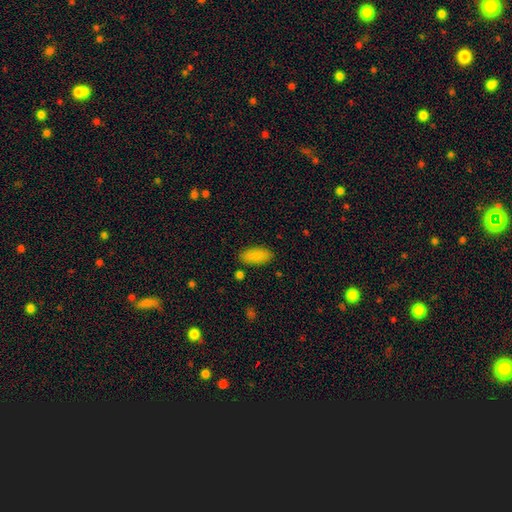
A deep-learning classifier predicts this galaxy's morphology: Smooth or featured?
  - smooth: 88% *
  - star or artifact: 7%
  - featured or disk: 4%
How rounded?
  - in between: 91% *
  - cigar-shaped: 7%
  - round: 2%
Merging?
  - none: 85% *
  - minor disturbance: 10%
  - major disturbance: 3%
  - merger: 2%